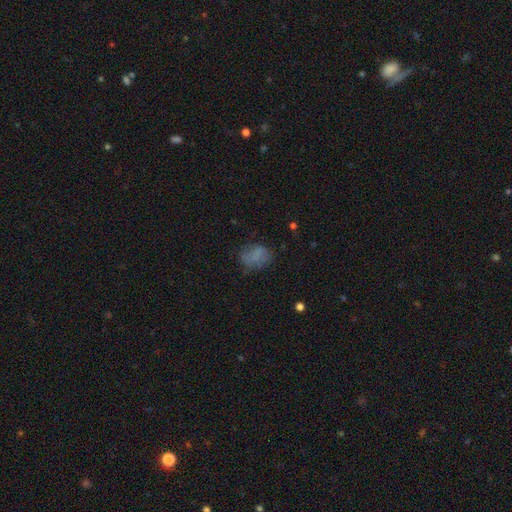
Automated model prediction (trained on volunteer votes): smooth_or_featured: smooth (p=0.67) [alt: featured or disk p=0.20]
how_rounded: in between (p=0.71) [alt: round p=0.27]
merging: none (p=0.57) [alt: minor disturbance p=0.26]